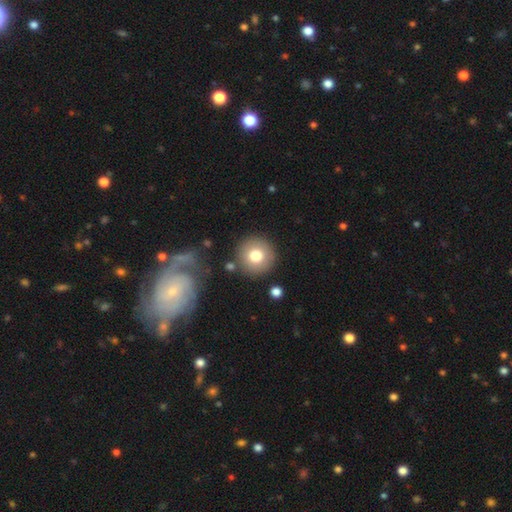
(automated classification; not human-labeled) Smooth or featured: smooth — 76% (featured or disk — 14%)
How rounded: round — 95% (in between — 4%)
Merging: none — 86% (minor disturbance — 7%)